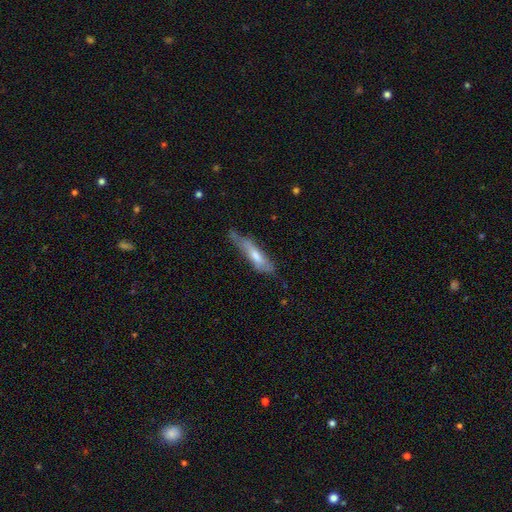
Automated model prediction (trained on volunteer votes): Smooth or featured? Predicted: smooth (p=0.55). How rounded? Predicted: cigar-shaped (p=0.76). Merging? Predicted: none (p=0.46).